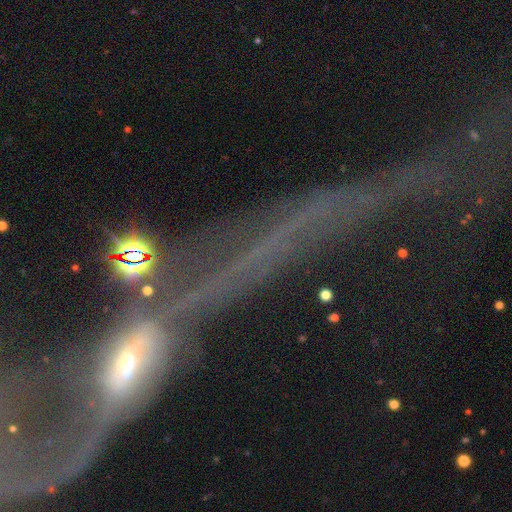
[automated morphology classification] smooth_or_featured: featured or disk (p=0.55) [alt: star or artifact p=0.24]
disk_edge_on: no (p=0.52) [alt: yes p=0.48]
merging: major disturbance (p=0.31) [alt: none p=0.29]